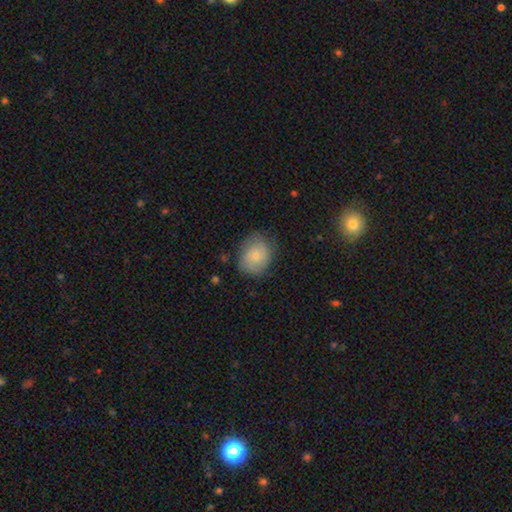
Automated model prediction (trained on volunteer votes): smooth_or_featured: smooth (p=0.61) [alt: featured or disk p=0.31]
how_rounded: round (p=0.59) [alt: in between p=0.40]
merging: none (p=0.71) [alt: minor disturbance p=0.21]